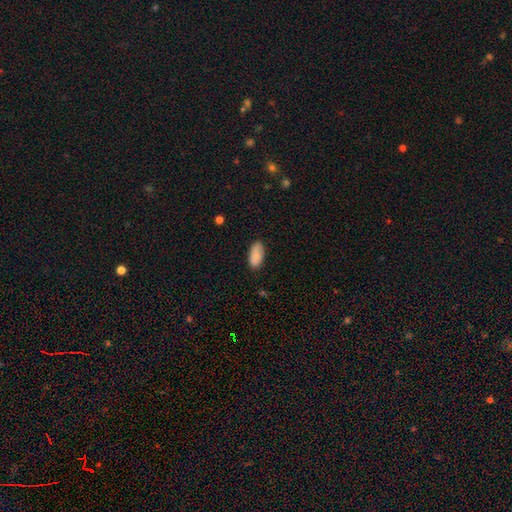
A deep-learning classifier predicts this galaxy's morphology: Smooth or featured: smooth — 89% (star or artifact — 6%)
How rounded: in between — 92% (cigar-shaped — 6%)
Merging: none — 84% (minor disturbance — 12%)